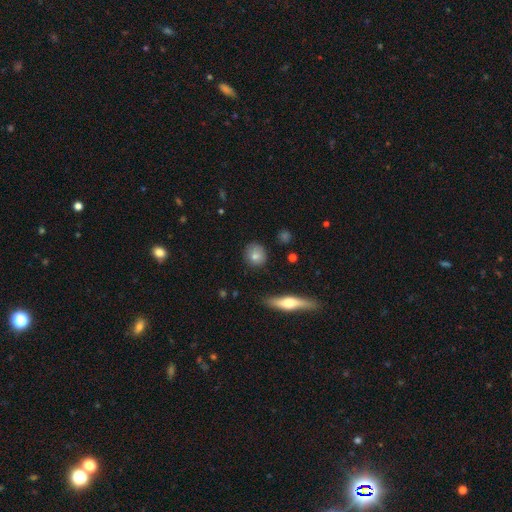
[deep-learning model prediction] Smooth or featured: smooth — 78% (featured or disk — 13%)
How rounded: round — 82% (in between — 15%)
Merging: none — 85% (minor disturbance — 10%)